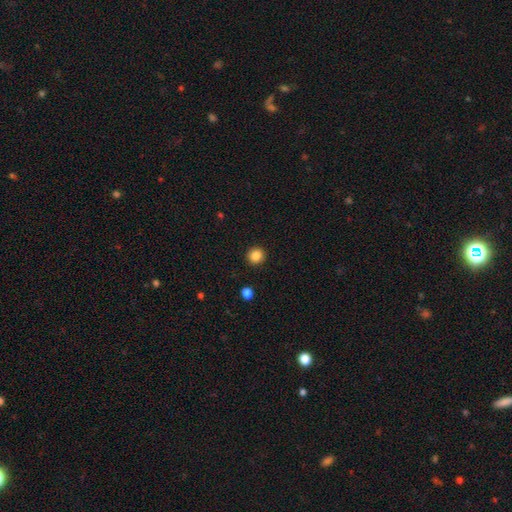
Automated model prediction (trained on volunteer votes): A smooth galaxy with no disk features (85%) that is round (93%).

Vote fractions:
- Smooth or featured? smooth: 85% / star or artifact: 11% / featured or disk: 4%
- How rounded? round: 93% / in between: 6% / cigar-shaped: 1%
- Merging? none: 93% / minor disturbance: 5% / major disturbance: 2% / merger: 1%